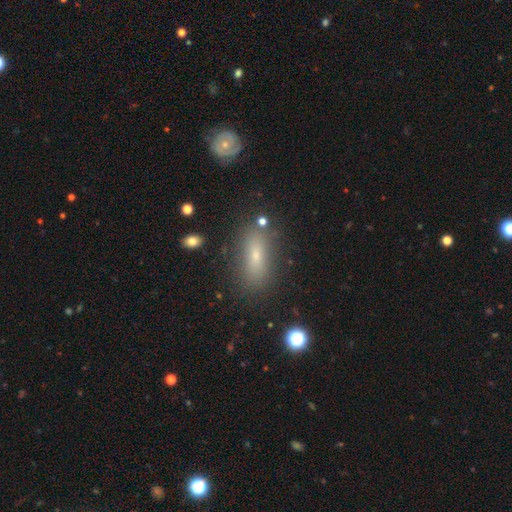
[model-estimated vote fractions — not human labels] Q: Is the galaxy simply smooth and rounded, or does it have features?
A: smooth — 64%.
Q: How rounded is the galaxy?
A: in between — 64%.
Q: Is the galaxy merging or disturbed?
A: none — 79%.